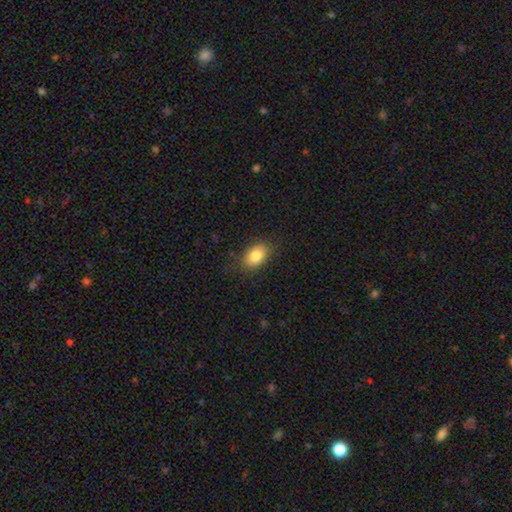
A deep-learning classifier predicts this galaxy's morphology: smooth_or_featured: smooth (p=0.82) [alt: featured or disk p=0.09]
how_rounded: in between (p=0.84) [alt: round p=0.14]
merging: none (p=0.83) [alt: minor disturbance p=0.13]